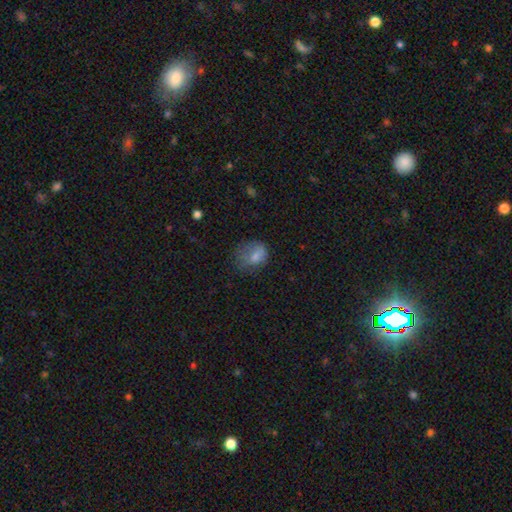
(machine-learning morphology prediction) Q: Smooth or featured?
A: smooth (70%); runner-up: featured or disk (19%)
Q: How rounded?
A: in between (52%); runner-up: round (47%)
Q: Merging?
A: none (41%); runner-up: minor disturbance (29%)